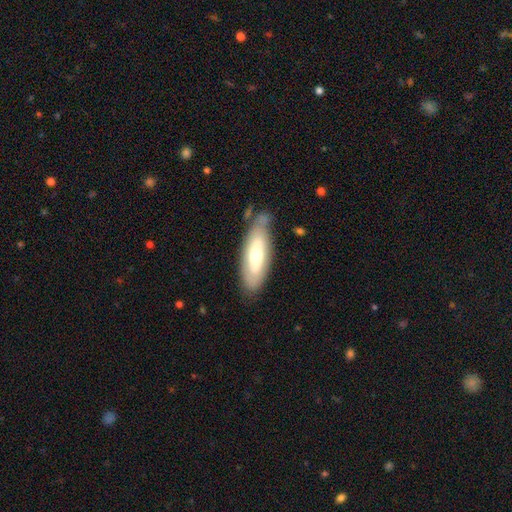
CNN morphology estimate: This is possibly a featured or disk galaxy (50%). Merging: likely none (69%).